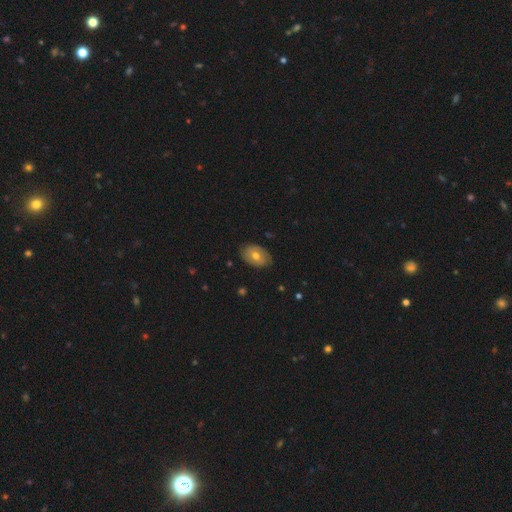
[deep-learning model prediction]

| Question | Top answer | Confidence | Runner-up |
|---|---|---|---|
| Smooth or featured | smooth | 55% | featured or disk (36%) |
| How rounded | in between | 83% | round (16%) |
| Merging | none | 80% | minor disturbance (16%) |